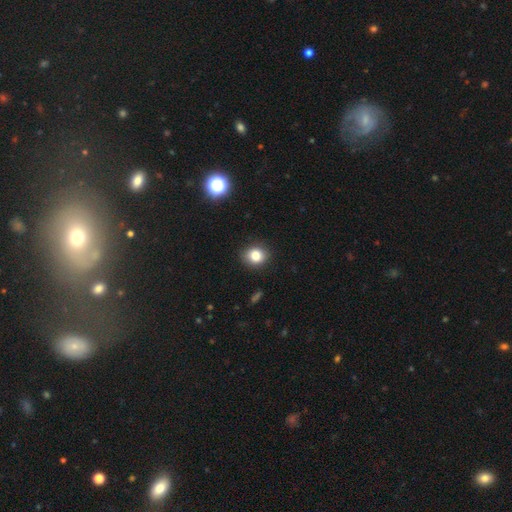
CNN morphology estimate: This is clearly a smooth galaxy (81%). How rounded: likely round (74%). Merging: clearly none (88%).